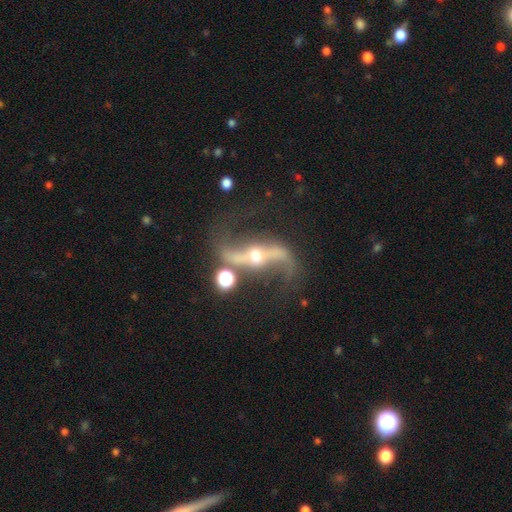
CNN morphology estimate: Smooth or featured?
  - featured or disk: 91% *
  - star or artifact: 5%
  - smooth: 3%
Edge-on disk?
  - no: 92% *
  - yes: 8%
Bar?
  - strong: 59% *
  - no: 22%
  - weak: 19%
Spiral arms?
  - yes: 97% *
  - no: 3%
Spiral winding?
  - loose: 82% *
  - medium: 14%
  - tight: 4%
Spiral arm count?
  - 2: 94% *
  - 1: 2%
  - can't tell: 1%
  - 3: 1%
  - 4: 1%
  - more than 4: 1%
Bulge size?
  - moderate: 50% *
  - small: 44%
  - large: 3%
  - none: 1%
  - dominant: 1%
Merging?
  - none: 70% *
  - minor disturbance: 14%
  - major disturbance: 9%
  - merger: 7%